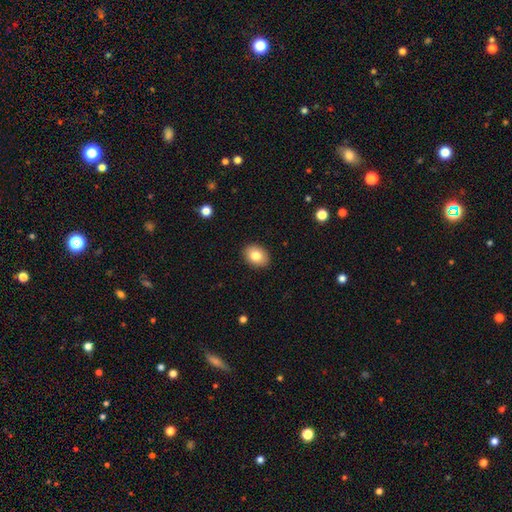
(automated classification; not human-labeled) Smooth or featured? Predicted: smooth (p=0.82). How rounded? Predicted: in between (p=0.72). Merging? Predicted: none (p=0.90).